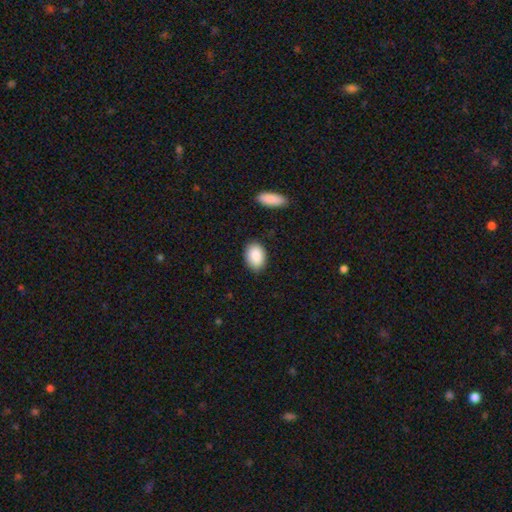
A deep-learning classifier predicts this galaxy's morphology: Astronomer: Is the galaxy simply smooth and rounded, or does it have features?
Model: smooth — 88%.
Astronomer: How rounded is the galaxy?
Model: in between — 83%.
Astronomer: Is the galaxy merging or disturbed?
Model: none — 83%.